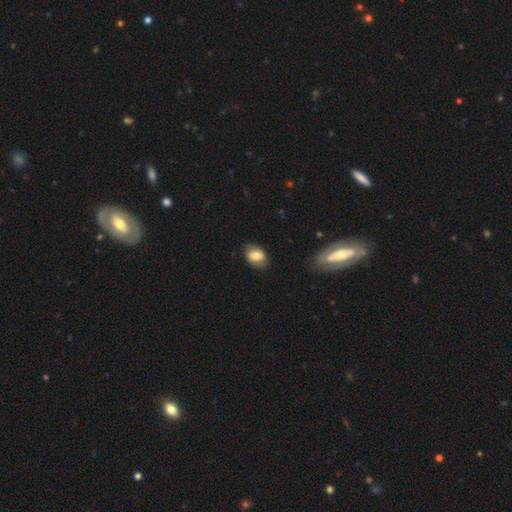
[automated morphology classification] Q: Smooth or featured?
A: smooth (73%); runner-up: featured or disk (19%)
Q: How rounded?
A: in between (79%); runner-up: round (20%)
Q: Merging?
A: none (79%); runner-up: minor disturbance (16%)